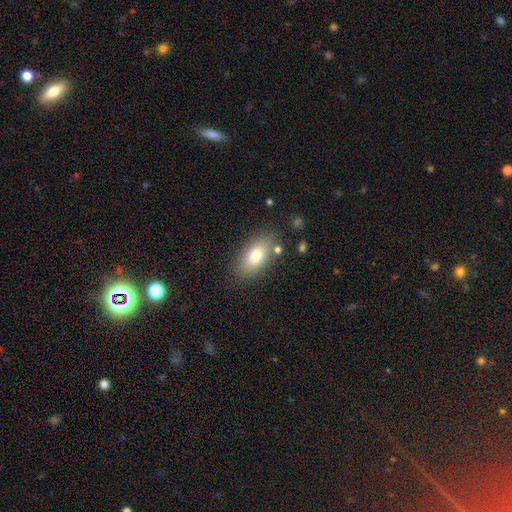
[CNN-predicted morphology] Overall: smooth (77%). How rounded: in between (90%). Merging: none (78%).